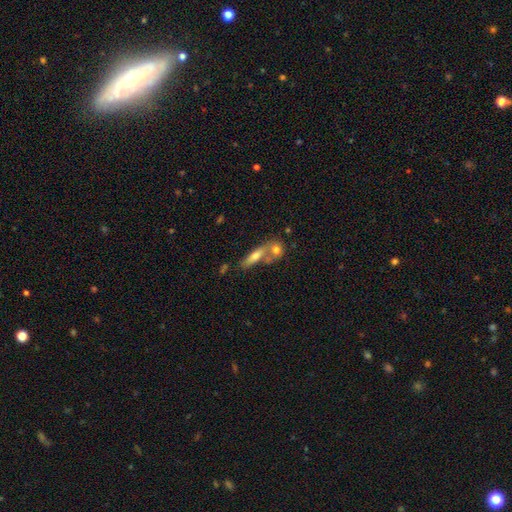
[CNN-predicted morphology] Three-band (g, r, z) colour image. It shows a featured or disk galaxy (45%). Merging: merger (44%).